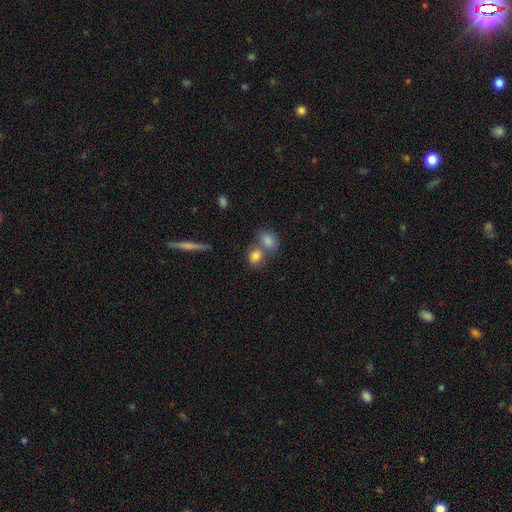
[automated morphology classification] Smooth or featured? Predicted: smooth (p=0.81). How rounded? Predicted: in between (p=0.58). Merging? Predicted: merger (p=0.48).